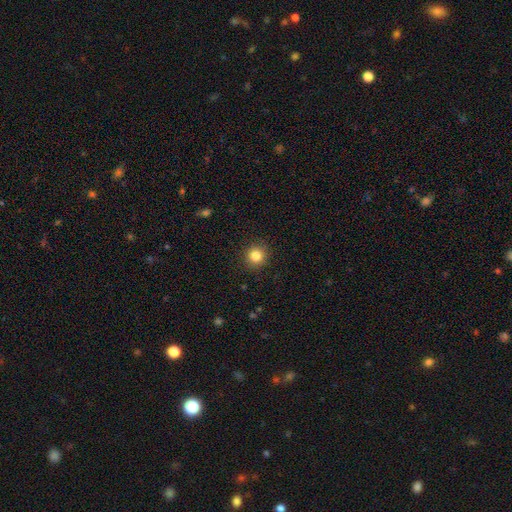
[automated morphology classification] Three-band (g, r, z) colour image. It shows a smooth galaxy with no disk features (84%) that is round (92%). Merging: none (91%).